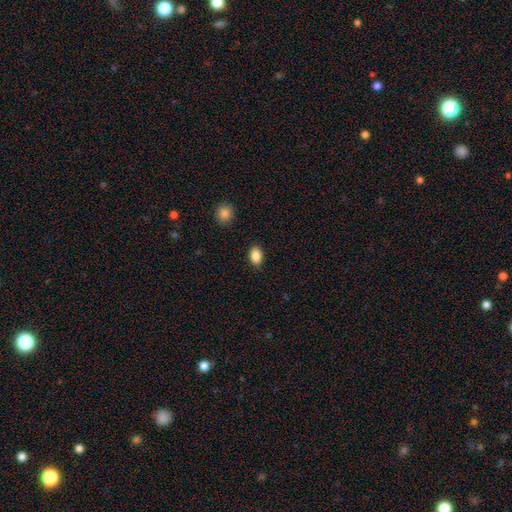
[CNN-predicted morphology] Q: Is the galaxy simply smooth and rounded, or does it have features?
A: smooth — 87%.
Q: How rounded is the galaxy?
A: in between — 80%.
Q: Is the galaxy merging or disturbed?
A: none — 89%.